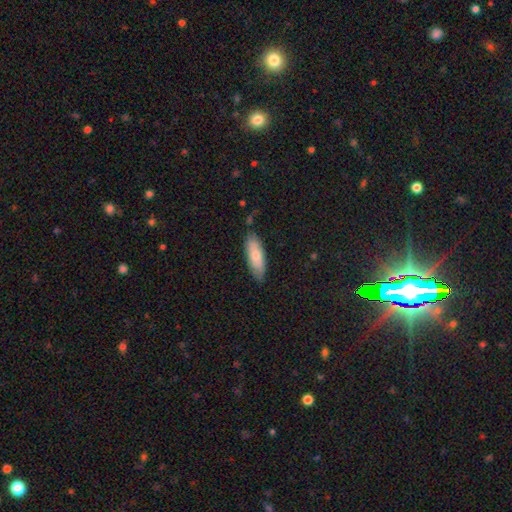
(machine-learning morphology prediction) The model was most divided on "how rounded": in between: 65%, cigar-shaped: 33%, round: 2%. More confident: merging — none (78%); smooth or featured — smooth (78%).